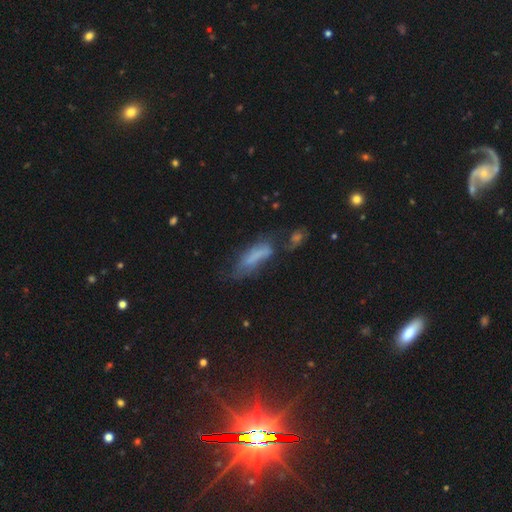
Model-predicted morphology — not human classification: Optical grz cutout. It shows a smooth galaxy with no disk features (58%) that is cigar-shaped (51%). Merging: none (34%).